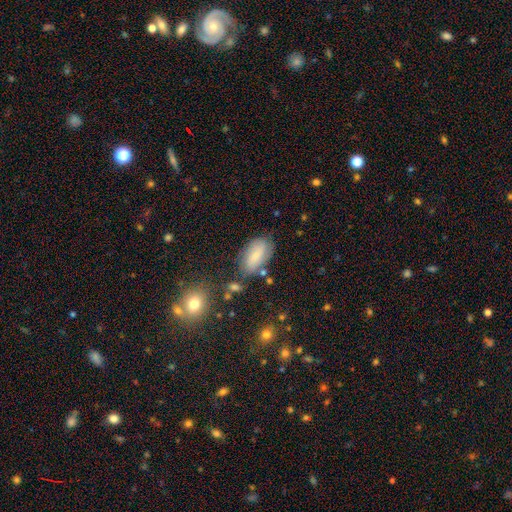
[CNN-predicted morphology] This appears to be a smooth galaxy with no disk features (71%) that is in between round and cigar-shaped (91%). Merging: none (72%).